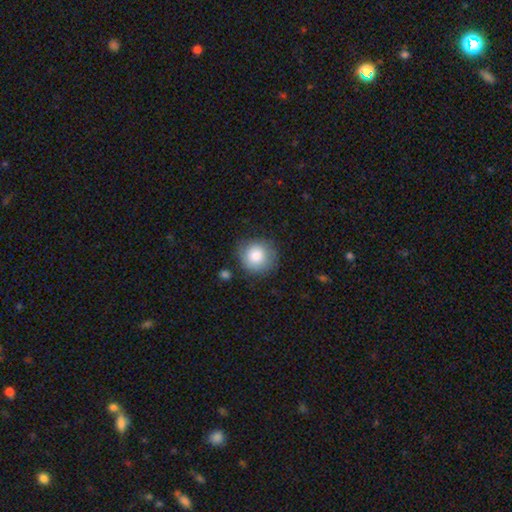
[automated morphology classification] type=smooth (84%); roundness=round (92%); merging=none (80%).